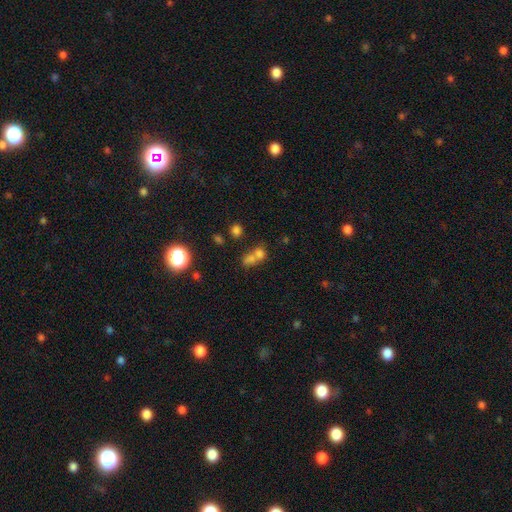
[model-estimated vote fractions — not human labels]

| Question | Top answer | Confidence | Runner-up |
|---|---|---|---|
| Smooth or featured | smooth | 65% | star or artifact (19%) |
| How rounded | round | 62% | in between (36%) |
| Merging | merger | 64% | none (26%) |